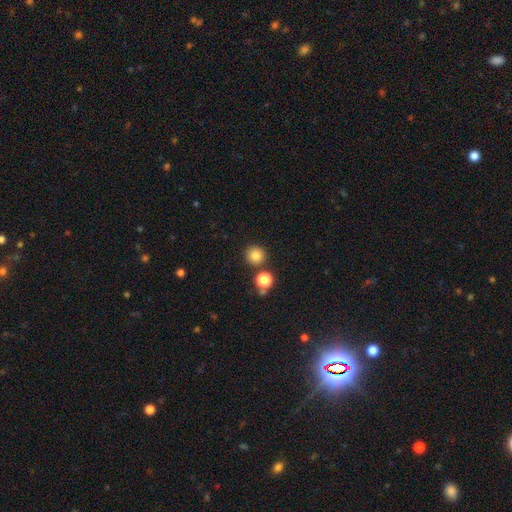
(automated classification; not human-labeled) smooth-or-featured: smooth: 82% | star or artifact: 13% | featured or disk: 5%
  how-rounded: round: 94% | in between: 5% | cigar-shaped: 1%
  merging: none: 85% | merger: 7% | minor disturbance: 6% | major disturbance: 2%